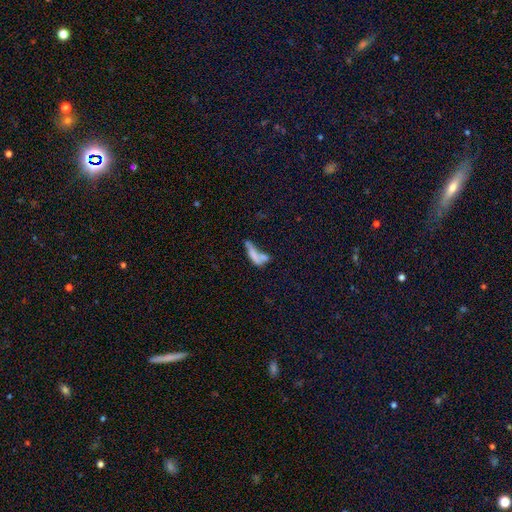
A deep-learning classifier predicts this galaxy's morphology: smooth-or-featured: smooth: 57% | featured or disk: 31% | star or artifact: 12%
  how-rounded: cigar-shaped: 57% | in between: 38% | round: 4%
  merging: merger: 48% | none: 24% | major disturbance: 15% | minor disturbance: 13%